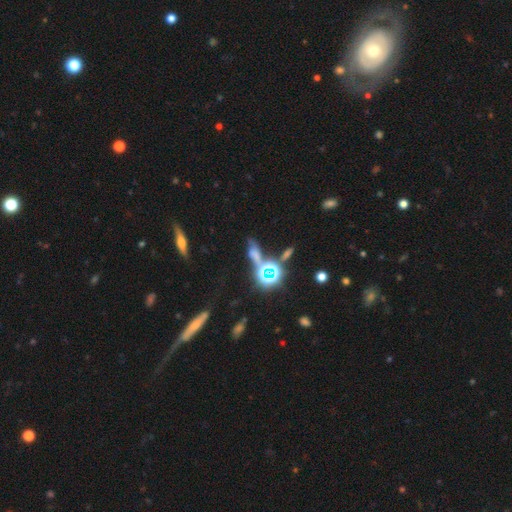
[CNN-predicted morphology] A star or artifact, not a galaxy (47%).

Vote fractions:
- Smooth or featured? star or artifact: 47% / smooth: 39% / featured or disk: 14%